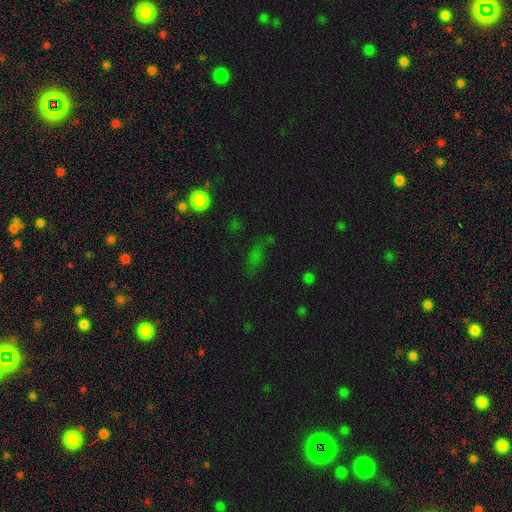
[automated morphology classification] This is possibly a smooth galaxy (47%). Merging: likely none (63%).